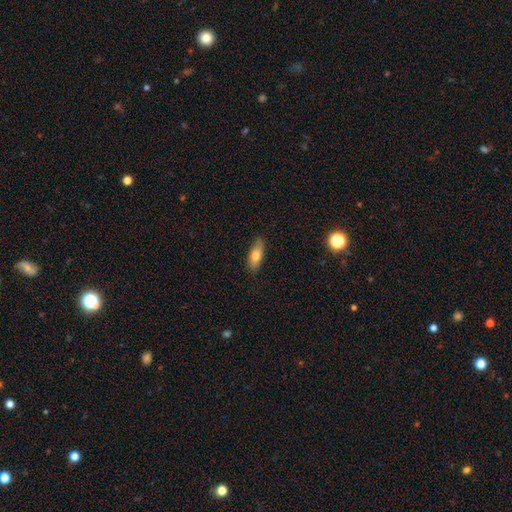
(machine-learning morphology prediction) smooth 73%, featured or disk 20%, star or artifact 7%. Down the decision tree: how rounded — in between (72%); merging — none (83%).